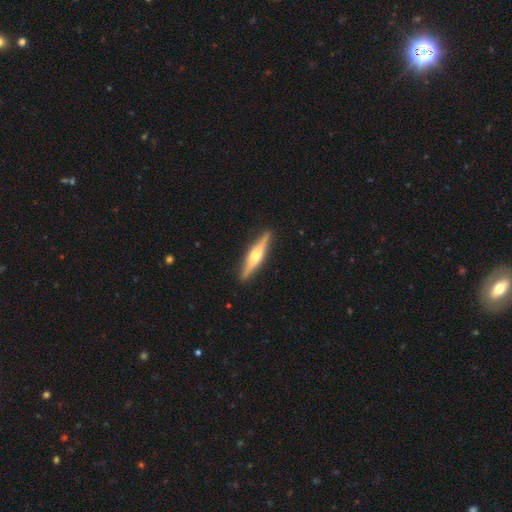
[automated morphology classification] Q: Smooth or featured?
A: featured or disk (67%); runner-up: smooth (28%)
Q: Edge-on disk?
A: yes (97%); runner-up: no (3%)
Q: Edge-on bulge?
A: rounded (86%); runner-up: boxy (9%)
Q: Merging?
A: none (90%); runner-up: minor disturbance (7%)